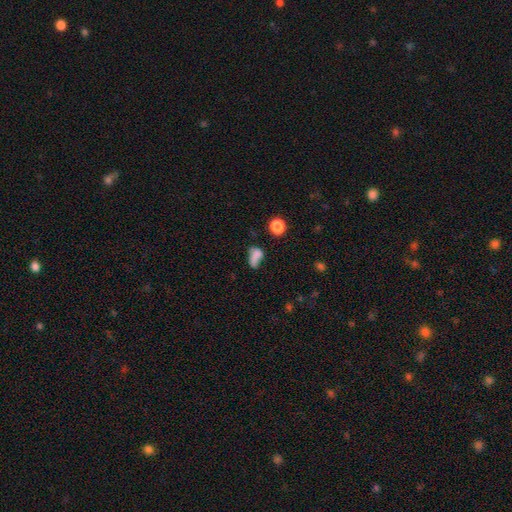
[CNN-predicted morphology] This is likely a smooth galaxy (71%). How rounded: likely in between (78%). Merging: marginally none (34%).